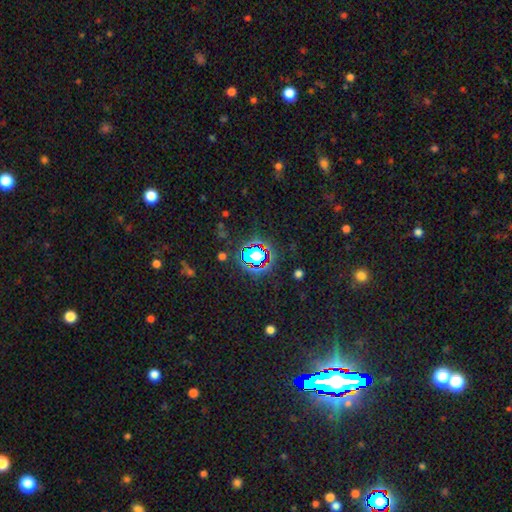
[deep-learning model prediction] Smooth or featured? star or artifact (66%)